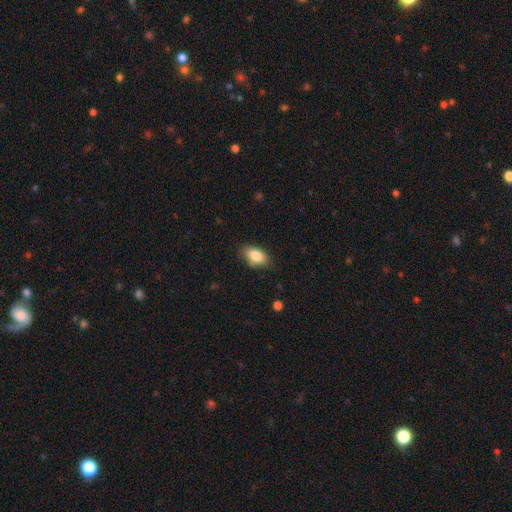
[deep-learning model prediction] Overall: smooth (84%). How rounded: in between (91%). Merging: none (79%).